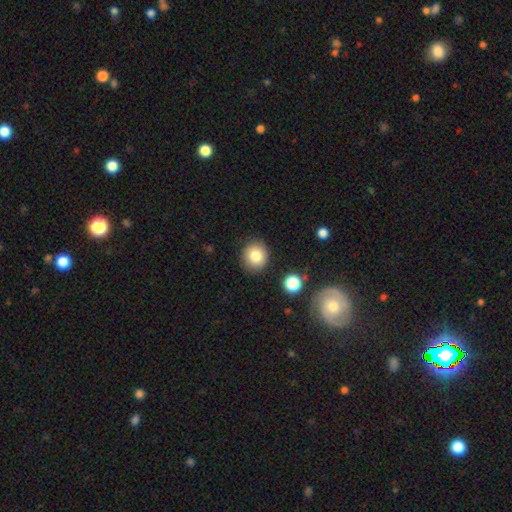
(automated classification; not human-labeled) This is clearly a smooth galaxy (82%). How rounded: clearly round (84%). Merging: clearly none (87%).